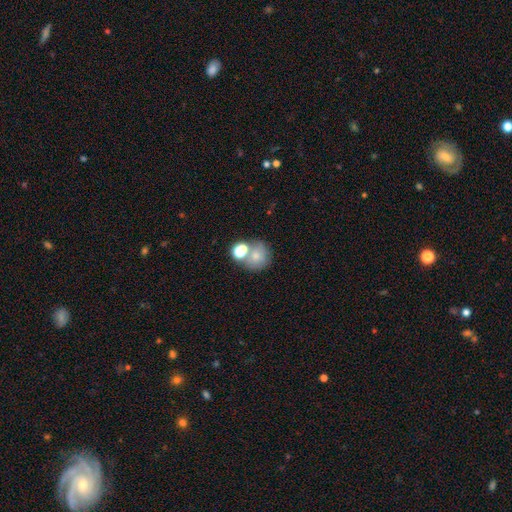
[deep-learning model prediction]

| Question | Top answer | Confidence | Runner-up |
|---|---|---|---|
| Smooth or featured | smooth | 70% | featured or disk (16%) |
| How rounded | round | 80% | in between (19%) |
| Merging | none | 45% | merger (39%) |